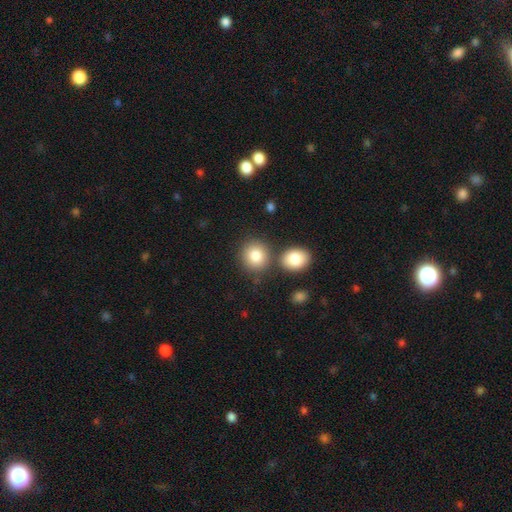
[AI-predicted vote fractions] Smooth or featured? Predicted: smooth (p=0.84). How rounded? Predicted: round (p=0.81). Merging? Predicted: none (p=0.71).